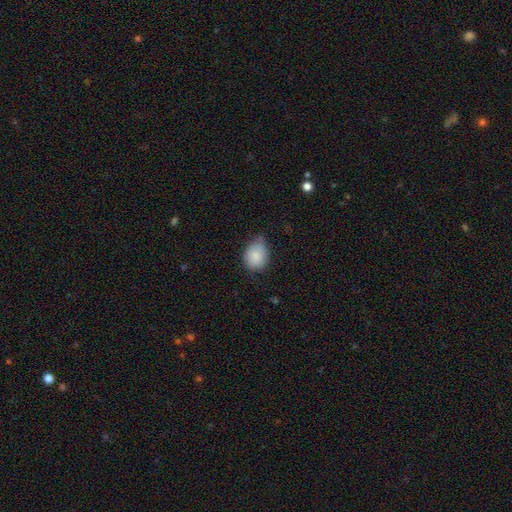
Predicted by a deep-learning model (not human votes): Morphology: type=smooth (84%); roundness=in between (51%); merging=none (55%).